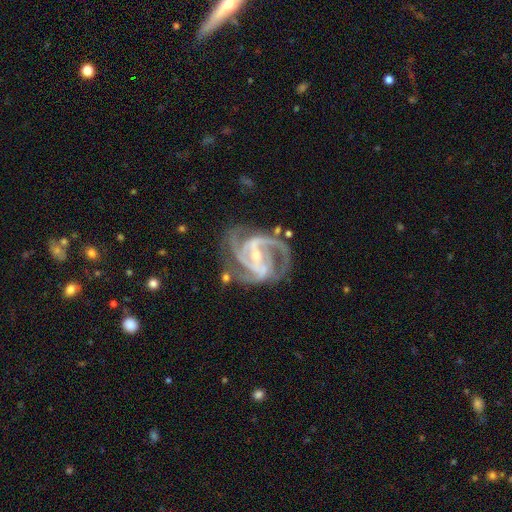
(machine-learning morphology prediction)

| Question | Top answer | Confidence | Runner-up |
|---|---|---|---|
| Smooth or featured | featured or disk | 93% | star or artifact (5%) |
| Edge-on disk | no | 98% | yes (2%) |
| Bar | strong | 55% | weak (32%) |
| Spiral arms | yes | 99% | no (1%) |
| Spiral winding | medium | 53% | tight (38%) |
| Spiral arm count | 3 | 46% | 2 (30%) |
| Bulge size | small | 64% | moderate (32%) |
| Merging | none | 63% | minor disturbance (19%) |